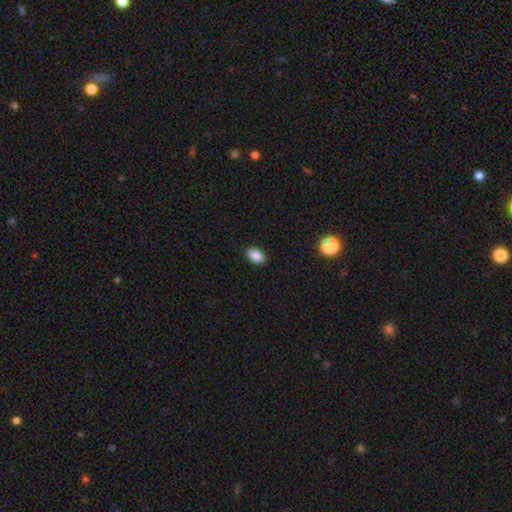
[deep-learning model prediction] The model was most divided on "smooth or featured": smooth: 86%, star or artifact: 9%, featured or disk: 5%. More confident: how rounded — in between (90%); merging — none (89%).